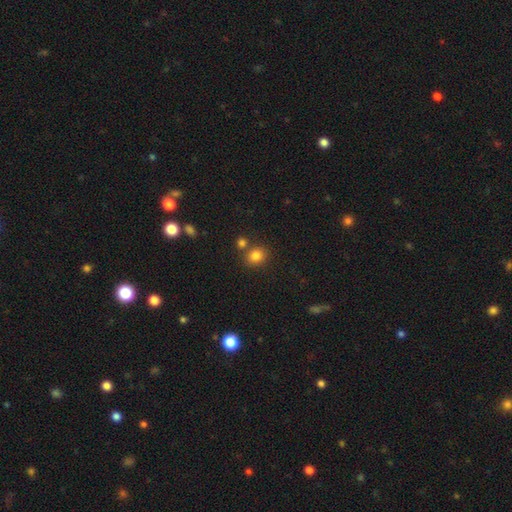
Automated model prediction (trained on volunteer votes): A smooth galaxy with no disk features (82%) that is round (67%). Merging: none (70%).